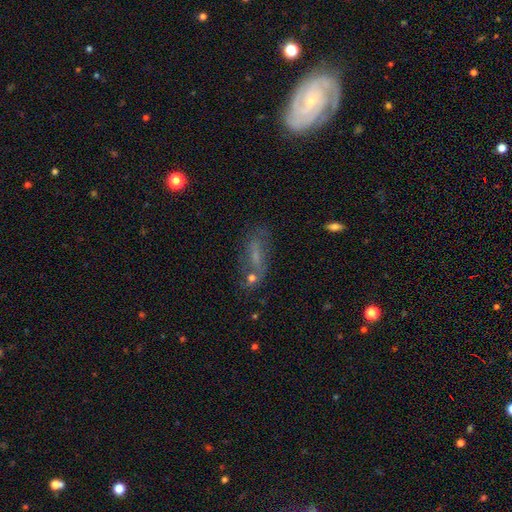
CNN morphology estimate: Overall: smooth (40%, tied with featured or disk). Merging: none (55%; minor disturbance 19%).